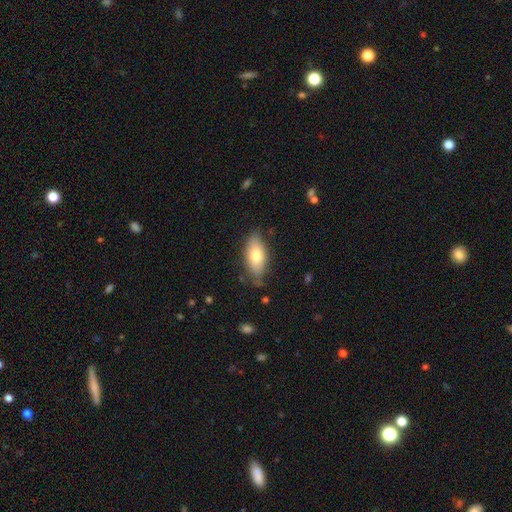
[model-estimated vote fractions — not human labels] Smooth or featured?
  - smooth: 73% *
  - featured or disk: 21%
  - star or artifact: 6%
How rounded?
  - in between: 84% *
  - cigar-shaped: 13%
  - round: 3%
Merging?
  - none: 73% *
  - minor disturbance: 21%
  - major disturbance: 4%
  - merger: 2%